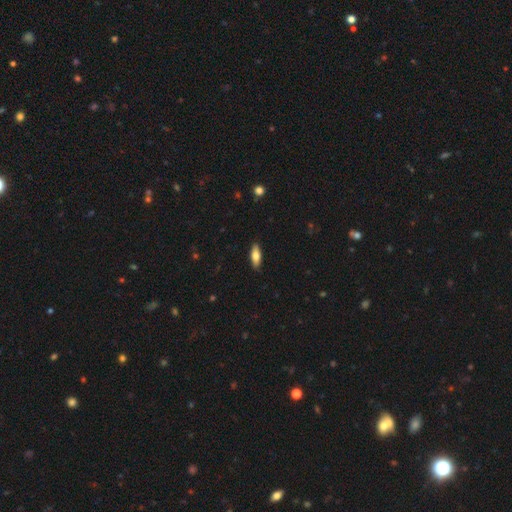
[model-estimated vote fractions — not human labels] Smooth or featured?
  - smooth: 72% *
  - featured or disk: 22%
  - star or artifact: 6%
How rounded?
  - in between: 64% *
  - cigar-shaped: 34%
  - round: 2%
Merging?
  - none: 89% *
  - minor disturbance: 8%
  - major disturbance: 2%
  - merger: 1%